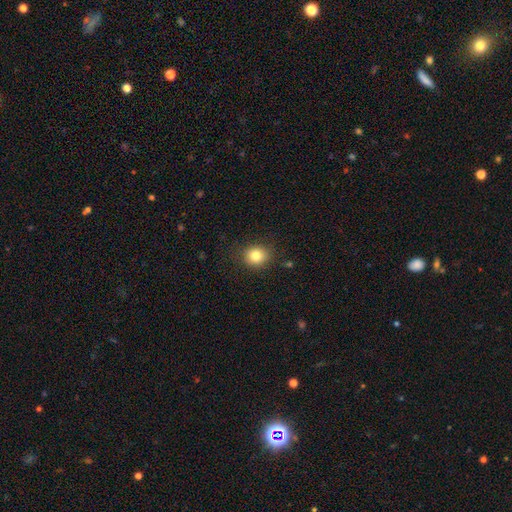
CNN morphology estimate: The model was most divided on "how rounded": round: 75%, in between: 24%, cigar-shaped: 1%. More confident: merging — none (86%); smooth or featured — smooth (82%).